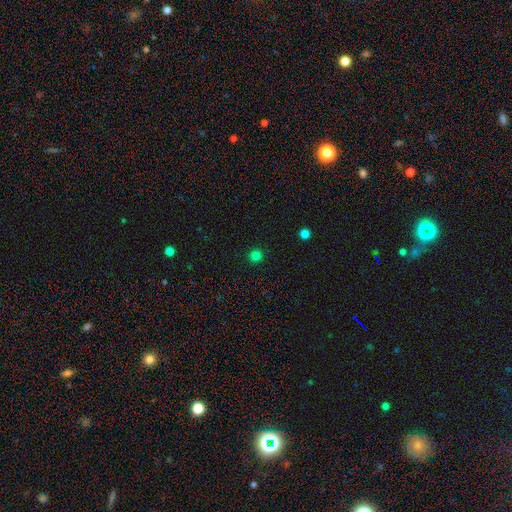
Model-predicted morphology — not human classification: Smooth or featured: smooth — 80% (star or artifact — 16%)
How rounded: round — 95% (in between — 4%)
Merging: none — 93% (minor disturbance — 5%)